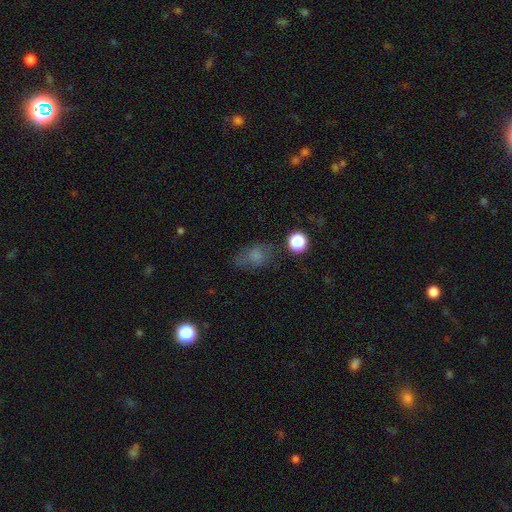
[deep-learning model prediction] Q: Smooth or featured?
A: smooth (67%); runner-up: star or artifact (18%)
Q: How rounded?
A: in between (77%); runner-up: round (21%)
Q: Merging?
A: none (59%); runner-up: minor disturbance (24%)